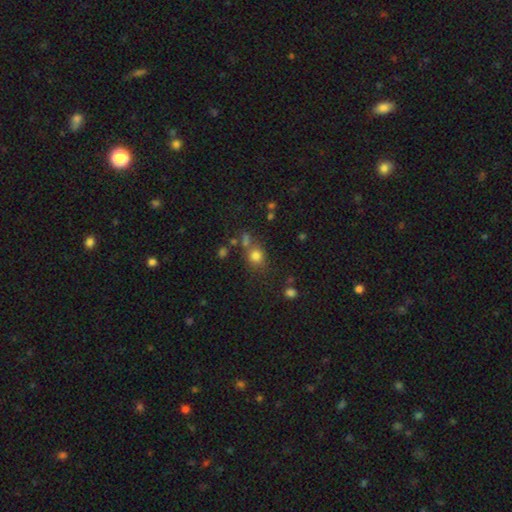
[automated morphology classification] Smooth or featured? smooth (76%)
How rounded? round (74%)
Merging? none (62%)